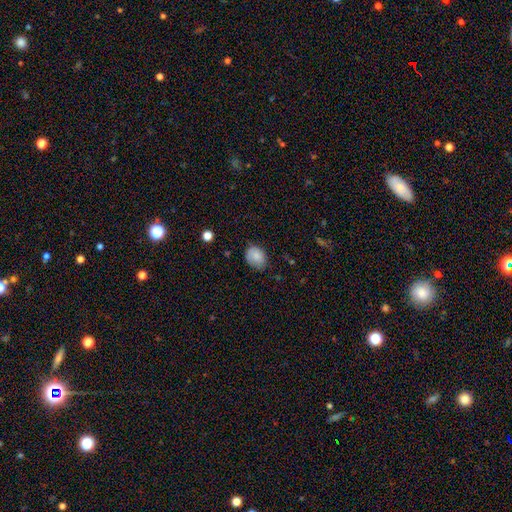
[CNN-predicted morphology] Smooth or featured? Predicted: smooth (p=0.79). How rounded? Predicted: in between (p=0.59). Merging? Predicted: none (p=0.65).